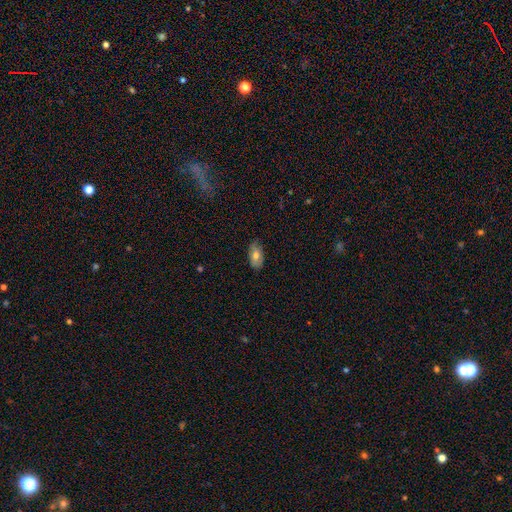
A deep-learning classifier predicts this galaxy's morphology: smooth_or_featured: smooth (p=0.70) [alt: featured or disk p=0.23]
how_rounded: in between (p=0.92) [alt: round p=0.04]
merging: none (p=0.78) [alt: minor disturbance p=0.18]